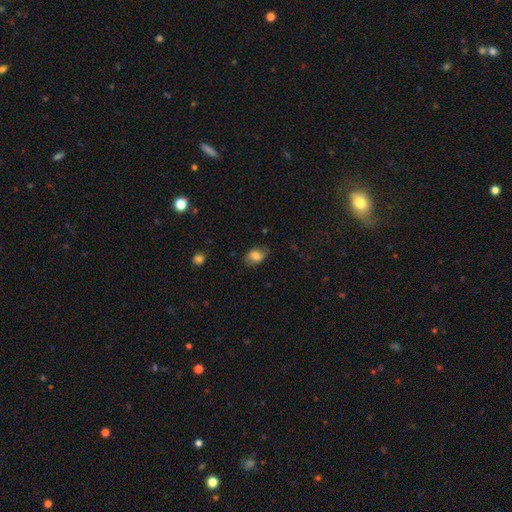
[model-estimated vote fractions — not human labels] Overall: smooth (78%). How rounded: in between (70%). Merging: none (73%).